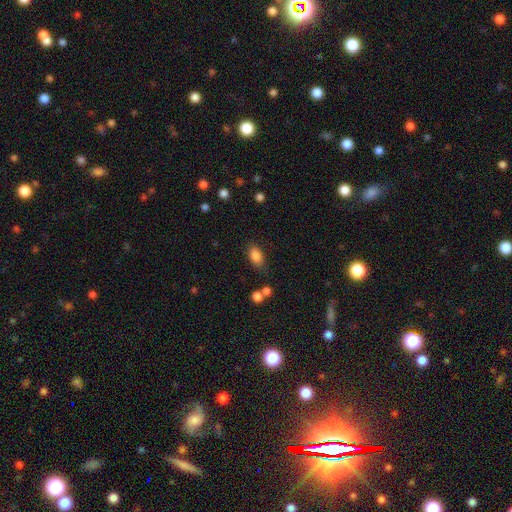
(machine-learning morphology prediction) type=smooth (85%); roundness=in between (89%); merging=none (78%).